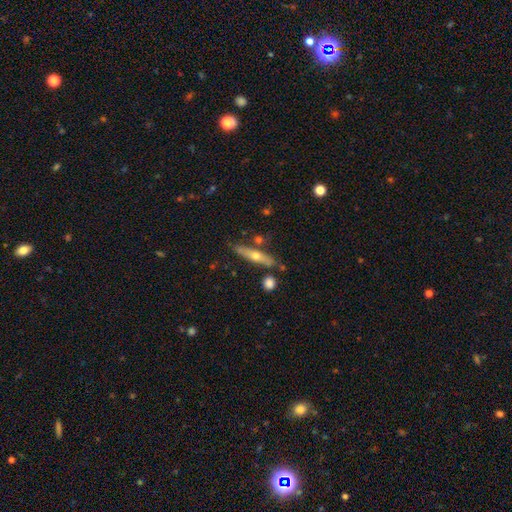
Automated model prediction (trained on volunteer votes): Smooth or featured? featured or disk (51%)
Edge-on disk? yes (85%)
Merging? none (76%)